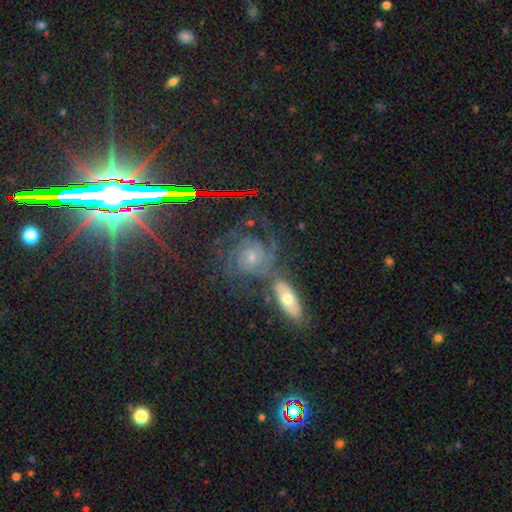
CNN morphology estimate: Smooth or featured: featured or disk — 67% (star or artifact — 21%)
Edge-on disk: no — 93% (yes — 7%)
Bar: no — 69% (weak — 22%)
Spiral arms: yes — 94% (no — 6%)
Spiral winding: tight — 67% (medium — 27%)
Spiral arm count: 2 — 30% (can't tell — 28%)
Bulge size: small — 57% (moderate — 37%)
Merging: none — 61% (minor disturbance — 17%)